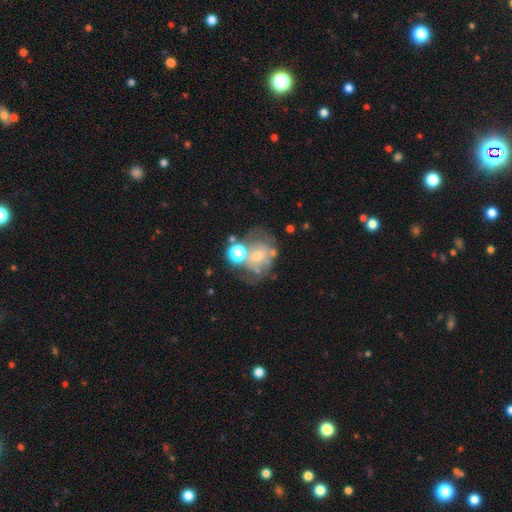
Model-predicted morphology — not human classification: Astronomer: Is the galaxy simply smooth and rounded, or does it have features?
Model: featured or disk — 53% (runner-up: smooth, 29%).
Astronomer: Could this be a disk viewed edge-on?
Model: no — 97%.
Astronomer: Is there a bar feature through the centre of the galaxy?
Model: no — 72%.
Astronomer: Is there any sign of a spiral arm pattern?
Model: no — 57% (runner-up: yes, 43%).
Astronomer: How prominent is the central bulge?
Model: small — 53% (runner-up: moderate, 35%).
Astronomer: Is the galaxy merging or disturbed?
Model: none — 38% (runner-up: merger, 23%).